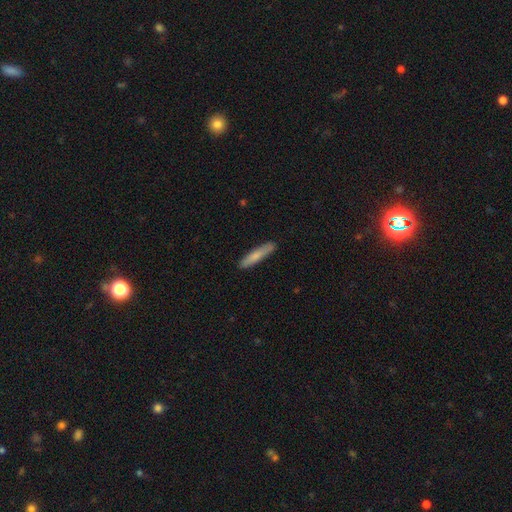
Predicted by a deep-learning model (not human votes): A smooth galaxy with no disk features (75%) that is cigar-shaped (90%).

Vote fractions:
- Smooth or featured? smooth: 75% / featured or disk: 19% / star or artifact: 5%
- How rounded? cigar-shaped: 90% / in between: 9% / round: 1%
- Merging? none: 88% / minor disturbance: 9% / major disturbance: 2% / merger: 1%